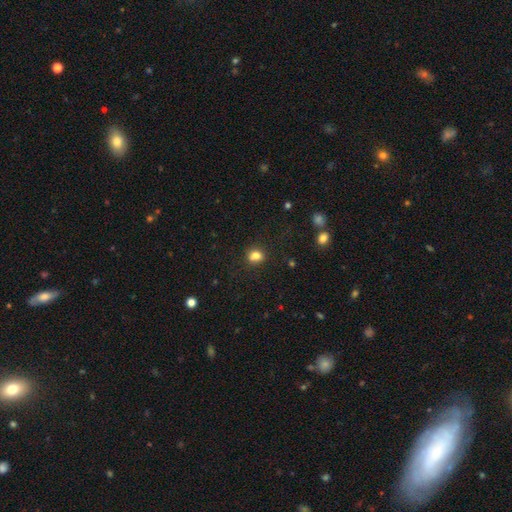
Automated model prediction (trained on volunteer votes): Smooth or featured? smooth (80%)
How rounded? round (67%)
Merging? none (72%)